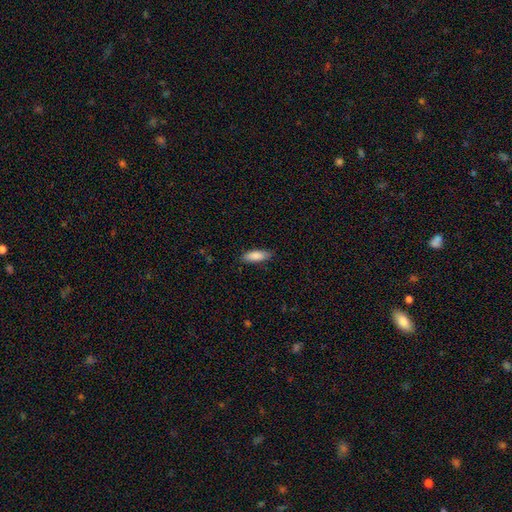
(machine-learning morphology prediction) A smooth galaxy with no disk features (87%) that is in between round and cigar-shaped (66%). Merging: none (85%).